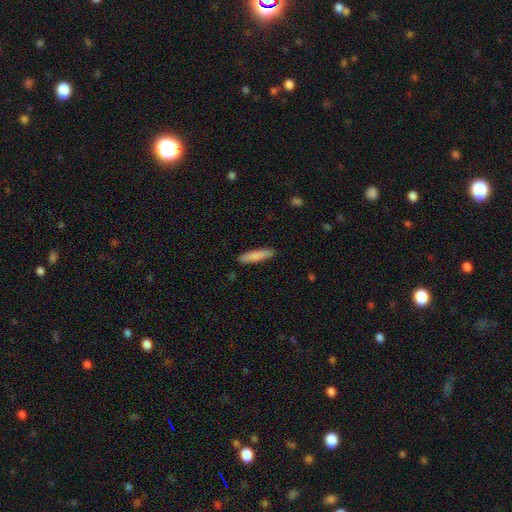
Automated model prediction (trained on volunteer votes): A smooth galaxy with no disk features (83%) that is cigar-shaped (84%). Merging: none (90%).